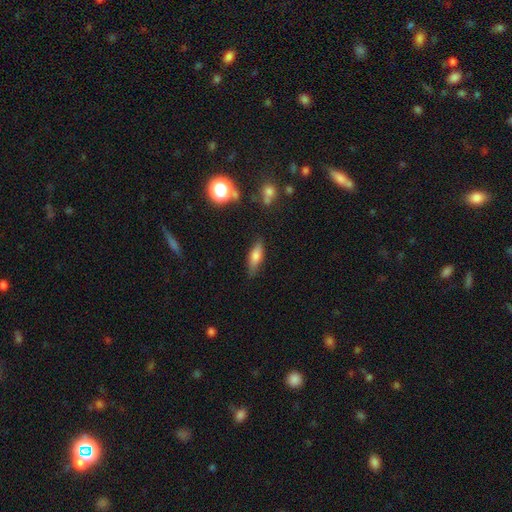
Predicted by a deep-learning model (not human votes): Smooth or featured?
  - smooth: 65% *
  - featured or disk: 26%
  - star or artifact: 9%
How rounded?
  - in between: 51% *
  - cigar-shaped: 46%
  - round: 3%
Merging?
  - none: 78% *
  - minor disturbance: 17%
  - major disturbance: 4%
  - merger: 2%